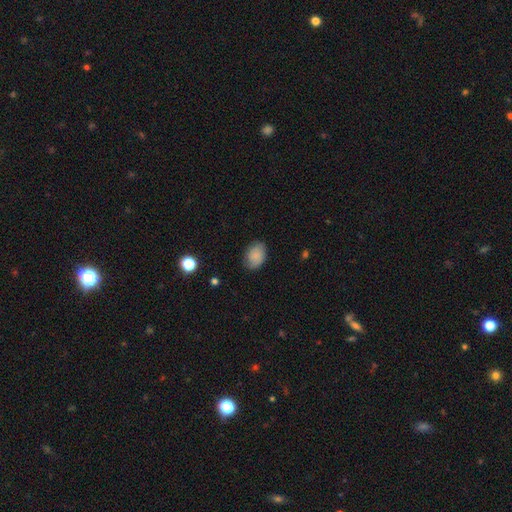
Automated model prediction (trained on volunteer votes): This is clearly a smooth galaxy (82%). How rounded: likely in between (72%). Merging: likely none (78%).